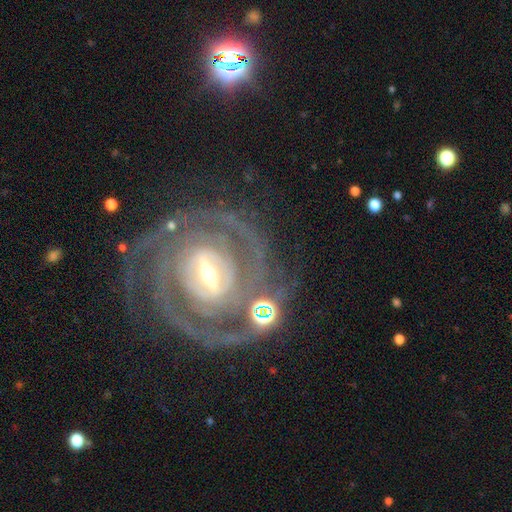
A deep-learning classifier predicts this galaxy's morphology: Smooth or featured? featured or disk (90%)
Edge-on disk? no (97%)
Bar? strong (55%)
Spiral arms? yes (97%)
Spiral winding? tight (76%)
Spiral arm count? 2 (44%)
Bulge size? moderate (46%)
Merging? none (69%)